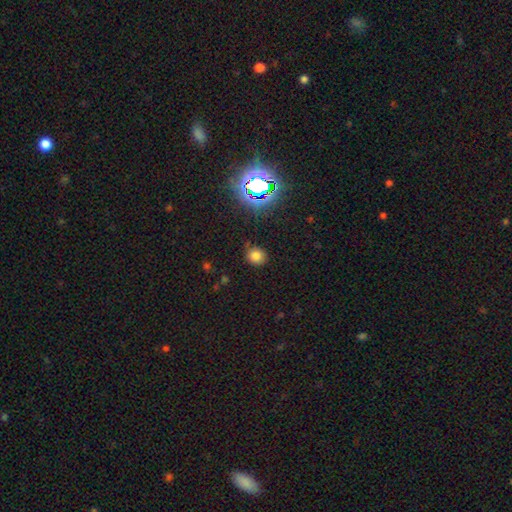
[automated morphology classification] Smooth or featured? Predicted: smooth (p=0.75). How rounded? Predicted: round (p=0.80). Merging? Predicted: none (p=0.81).